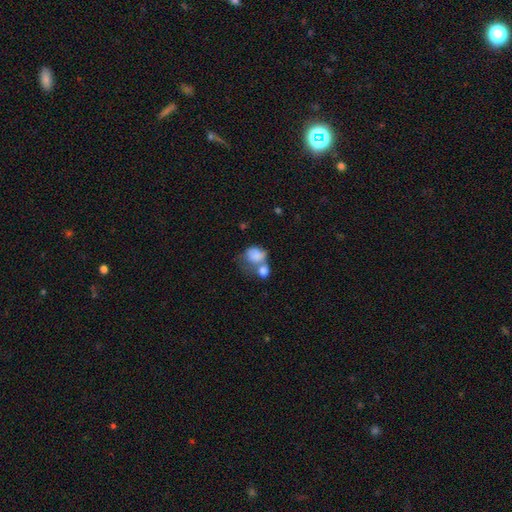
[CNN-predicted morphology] Smooth or featured? smooth (78%)
How rounded? in between (50%)
Merging? merger (58%)